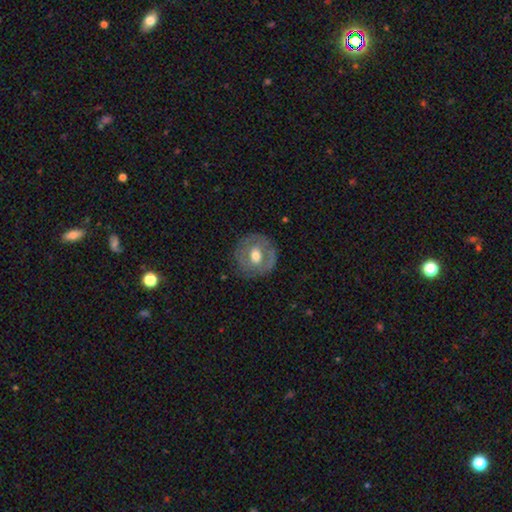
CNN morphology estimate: Smooth or featured: featured or disk — 49% (smooth — 44%)
Merging: none — 77% (minor disturbance — 15%)